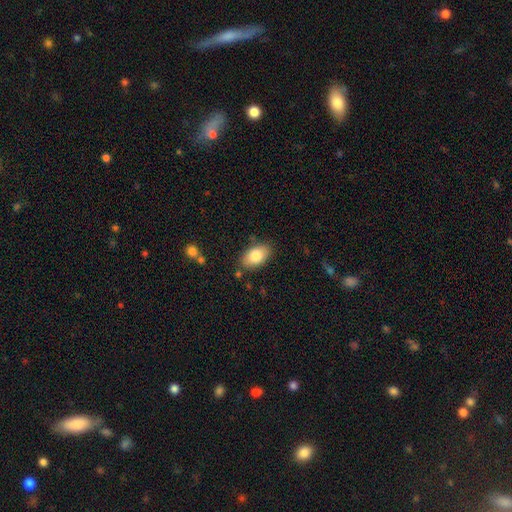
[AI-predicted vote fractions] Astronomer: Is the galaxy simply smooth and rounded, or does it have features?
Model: smooth — 81%.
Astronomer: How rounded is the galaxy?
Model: in between — 92%.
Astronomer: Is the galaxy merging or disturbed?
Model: none — 83%.